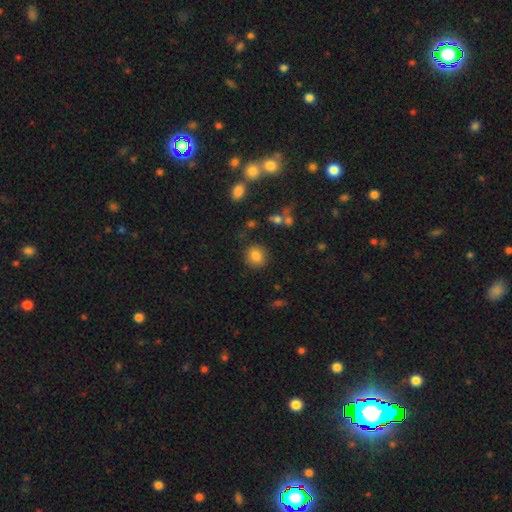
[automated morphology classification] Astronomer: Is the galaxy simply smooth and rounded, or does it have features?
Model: smooth — 82%.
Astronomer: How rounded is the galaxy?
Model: round — 82%.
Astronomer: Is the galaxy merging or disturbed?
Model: none — 85%.